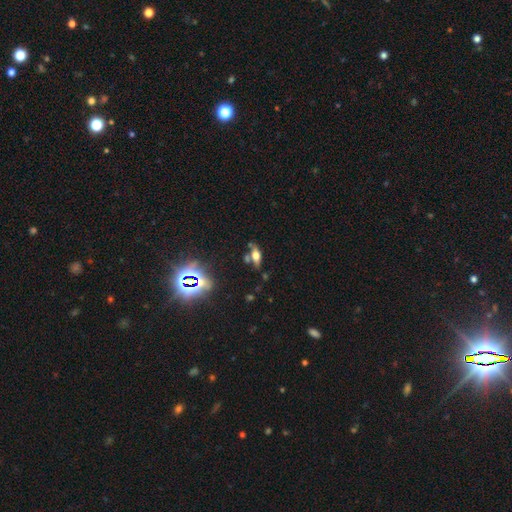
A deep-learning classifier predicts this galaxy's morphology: Smooth or featured? Predicted: smooth (p=0.43). Merging? Predicted: none (p=0.61).